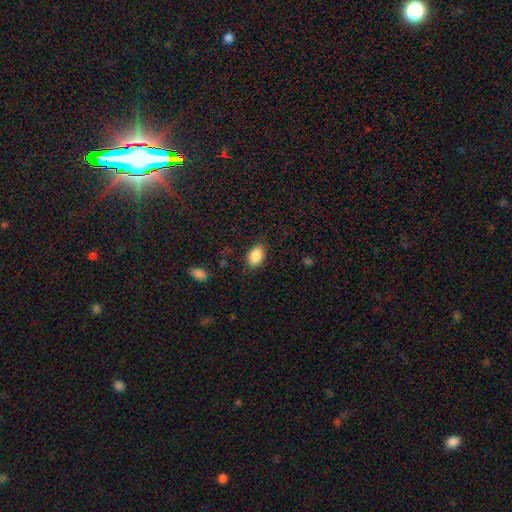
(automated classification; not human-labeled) Morphology: type=smooth (88%); roundness=in between (89%); merging=none (82%).